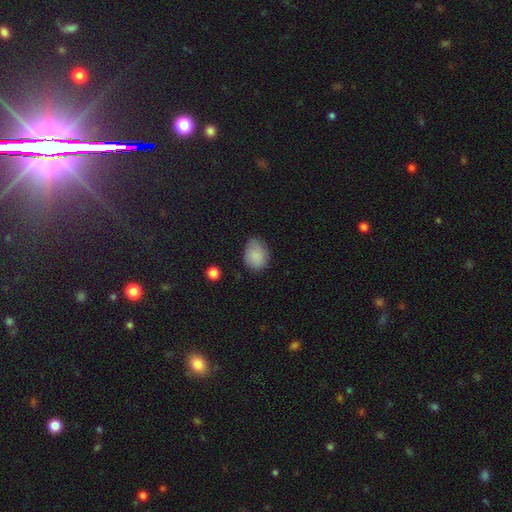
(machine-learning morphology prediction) A smooth galaxy with no disk features (85%) that is in between round and cigar-shaped (64%).

Vote fractions:
- Smooth or featured? smooth: 85% / star or artifact: 8% / featured or disk: 7%
- How rounded? in between: 64% / round: 35% / cigar-shaped: 1%
- Merging? none: 65% / minor disturbance: 27% / major disturbance: 6% / merger: 2%